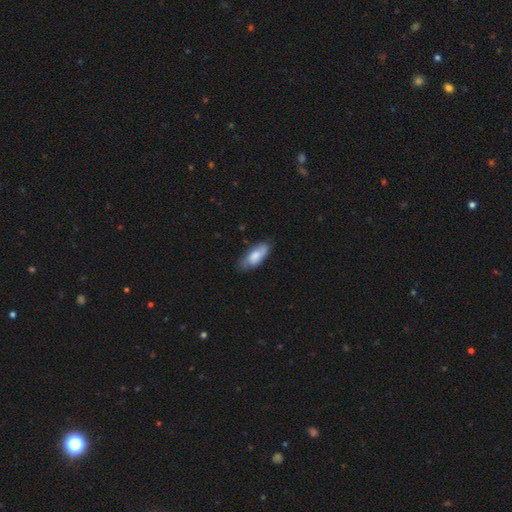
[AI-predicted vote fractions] Smooth or featured? Predicted: smooth (p=0.71). How rounded? Predicted: in between (p=0.80). Merging? Predicted: none (p=0.64).